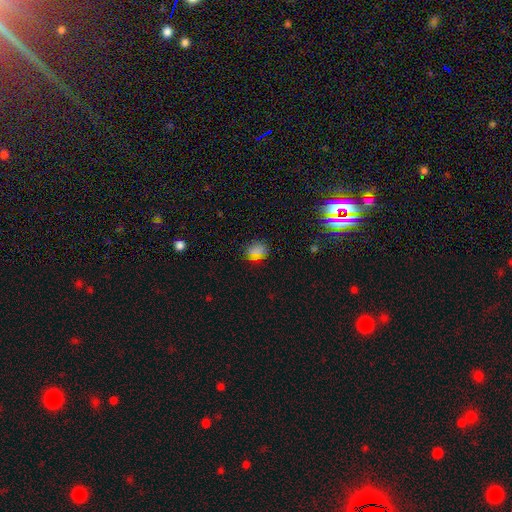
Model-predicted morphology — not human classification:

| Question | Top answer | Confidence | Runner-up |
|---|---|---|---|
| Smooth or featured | smooth | 67% | star or artifact (26%) |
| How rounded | round | 63% | in between (35%) |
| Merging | none | 85% | minor disturbance (10%) |